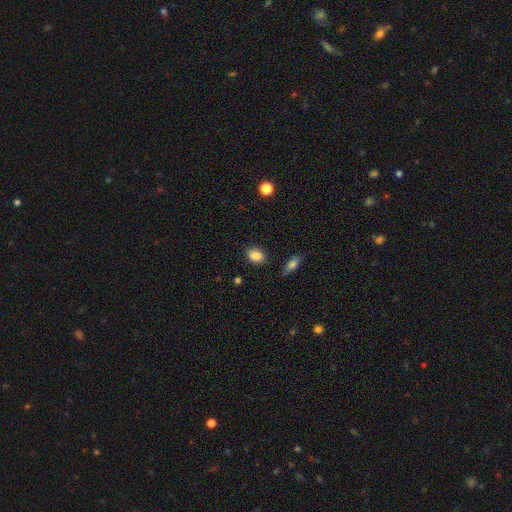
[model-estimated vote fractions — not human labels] Smooth or featured? Predicted: smooth (p=0.87). How rounded? Predicted: in between (p=0.66). Merging? Predicted: none (p=0.84).